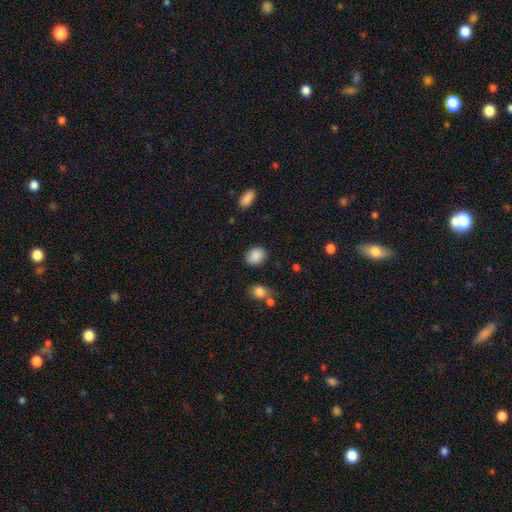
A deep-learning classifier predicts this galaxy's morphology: Q: Smooth or featured?
A: smooth (88%); runner-up: star or artifact (8%)
Q: How rounded?
A: round (52%); runner-up: in between (47%)
Q: Merging?
A: none (83%); runner-up: minor disturbance (11%)